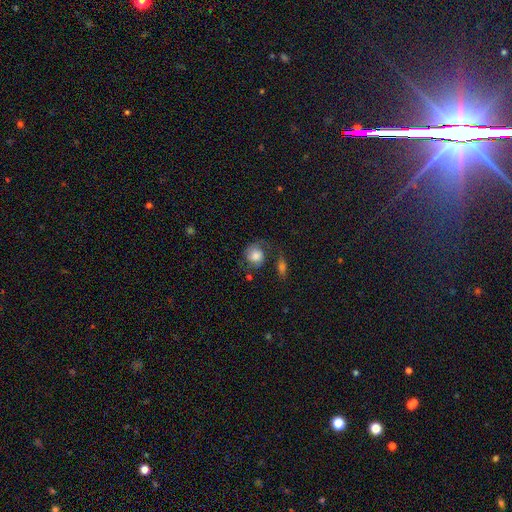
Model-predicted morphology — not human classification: A smooth galaxy with no disk features (61%) that is round (75%). Merging: none (45%).